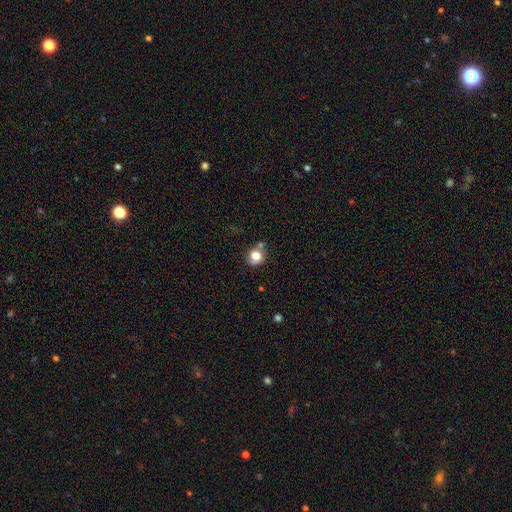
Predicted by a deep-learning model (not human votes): Smooth or featured: smooth — 77% (featured or disk — 12%)
How rounded: round — 78% (in between — 21%)
Merging: none — 59% (minor disturbance — 19%)